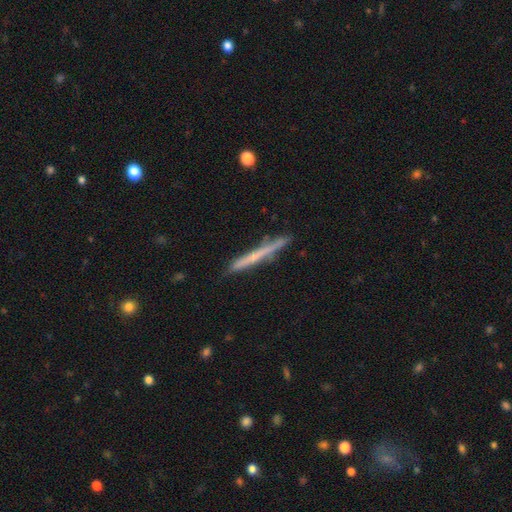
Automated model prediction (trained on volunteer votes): A smooth galaxy with no disk features (47%, tied with featured or disk). Merging: none (86%).